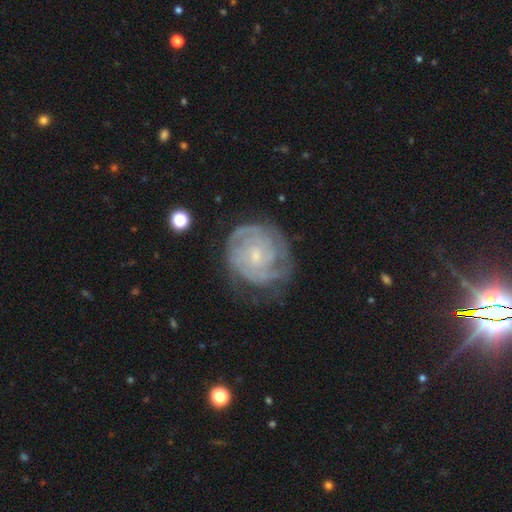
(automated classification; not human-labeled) Smooth or featured: featured or disk — 83% (smooth — 11%)
Edge-on disk: no — 98% (yes — 2%)
Bar: no — 71% (weak — 25%)
Spiral arms: yes — 94% (no — 6%)
Spiral winding: tight — 75% (medium — 20%)
Spiral arm count: can't tell — 39% (2 — 21%)
Bulge size: small — 73% (moderate — 20%)
Merging: none — 66% (minor disturbance — 22%)